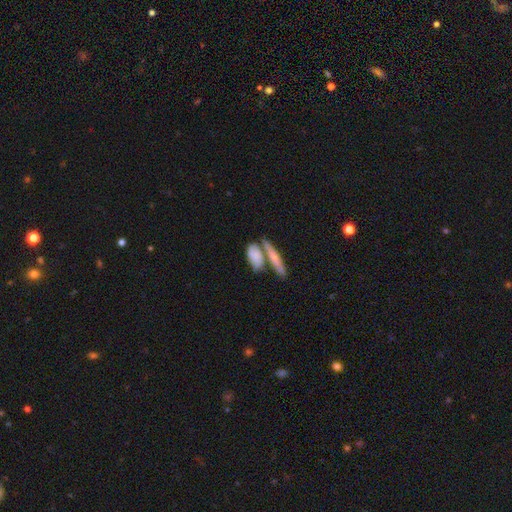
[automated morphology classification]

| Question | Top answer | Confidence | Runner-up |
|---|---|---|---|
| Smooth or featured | smooth | 71% | featured or disk (22%) |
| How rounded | in between | 61% | cigar-shaped (32%) |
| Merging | none | 44% | merger (36%) |